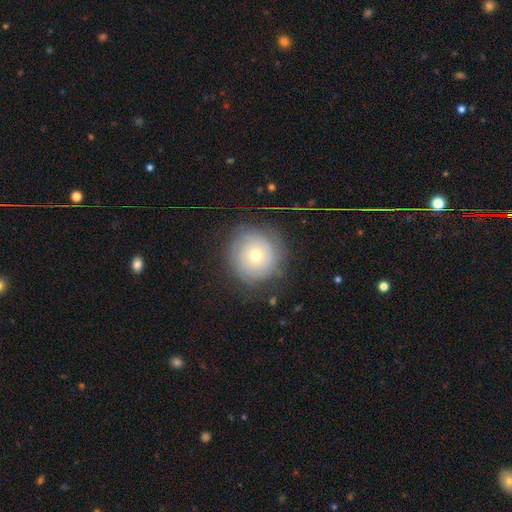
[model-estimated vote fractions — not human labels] Smooth or featured?
  - smooth: 46% *
  - featured or disk: 43%
  - star or artifact: 11%
Merging?
  - none: 78% *
  - minor disturbance: 14%
  - major disturbance: 6%
  - merger: 1%